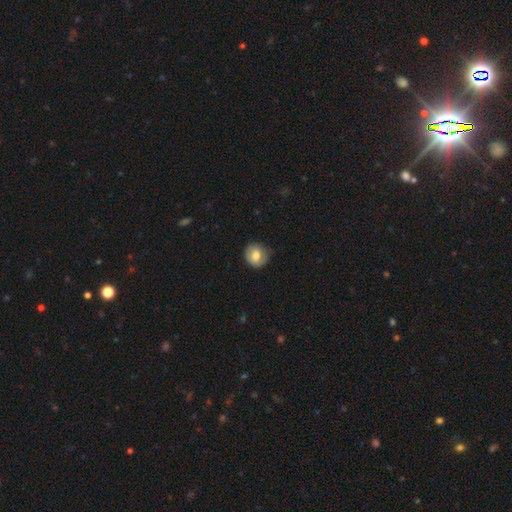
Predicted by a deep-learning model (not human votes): A smooth galaxy with no disk features (74%) that is round (85%). Merging: none (72%).